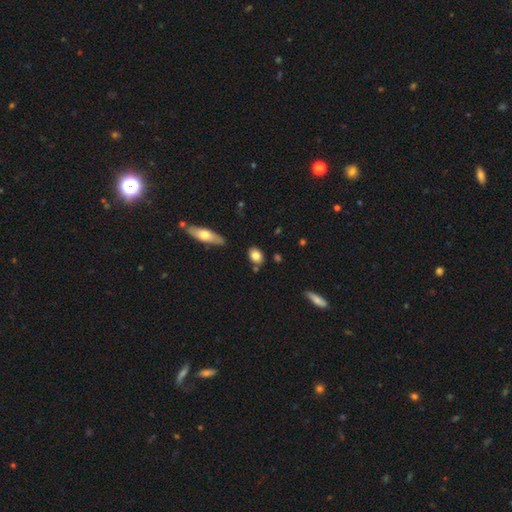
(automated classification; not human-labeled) The model was most divided on "how rounded": in between: 70%, round: 27%, cigar-shaped: 3%. More confident: smooth or featured — smooth (81%); merging — none (78%).